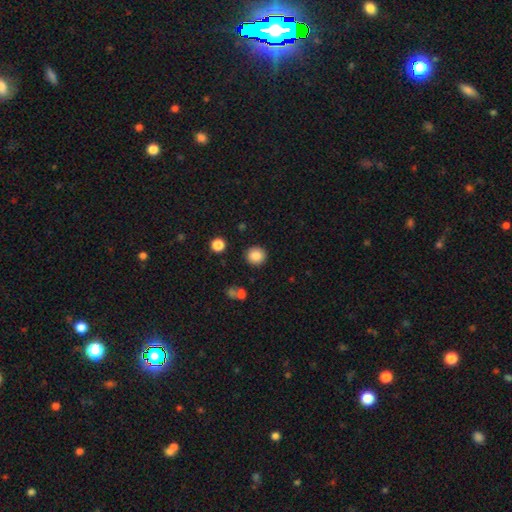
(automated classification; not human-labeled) smooth 86%, star or artifact 10%, featured or disk 4%. Down the decision tree: how rounded — round (91%); merging — none (90%).